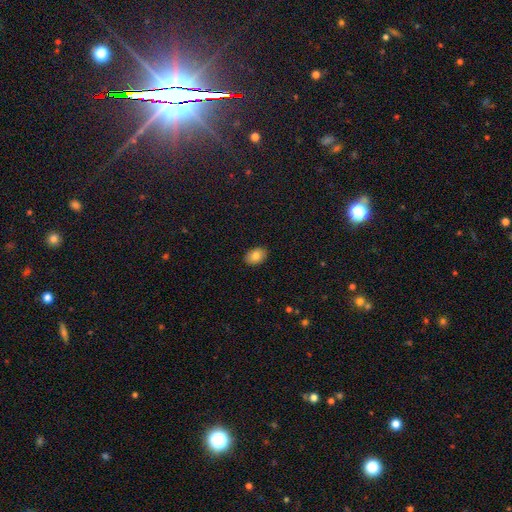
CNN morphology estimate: type=smooth (82%); roundness=in between (83%); merging=none (89%).